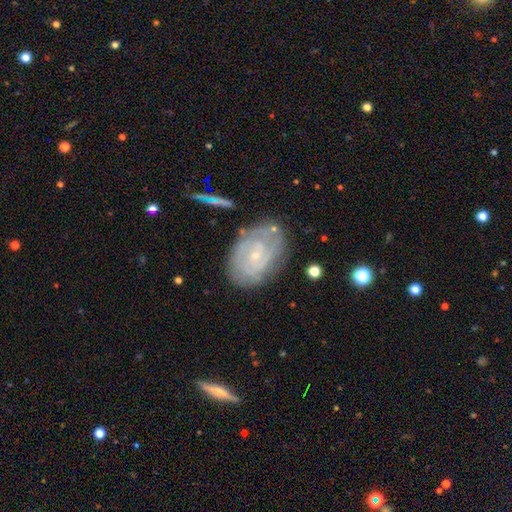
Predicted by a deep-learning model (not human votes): smooth_or_featured: featured or disk (p=0.77) [alt: smooth p=0.16]
disk_edge_on: no (p=0.96) [alt: yes p=0.04]
bar: no (p=0.64) [alt: weak p=0.30]
has_spiral_arms: yes (p=0.89) [alt: no p=0.11]
spiral_winding: tight (p=0.69) [alt: medium p=0.24]
spiral_arm_count: can't tell (p=0.43) [alt: 2 p=0.29]
bulge_size: small (p=0.81) [alt: moderate p=0.14]
merging: none (p=0.72) [alt: minor disturbance p=0.18]